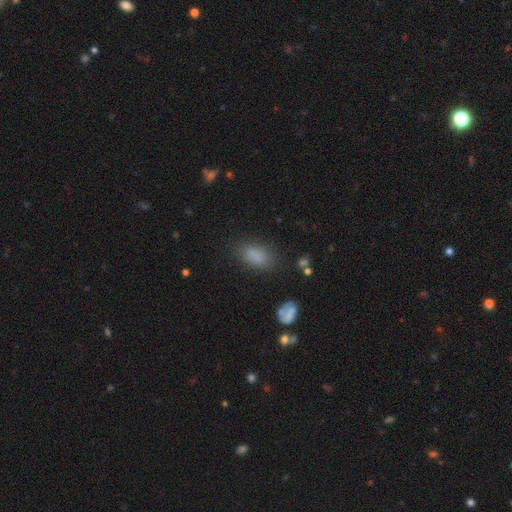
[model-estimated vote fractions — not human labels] Smooth or featured? smooth (84%)
How rounded? in between (88%)
Merging? none (78%)